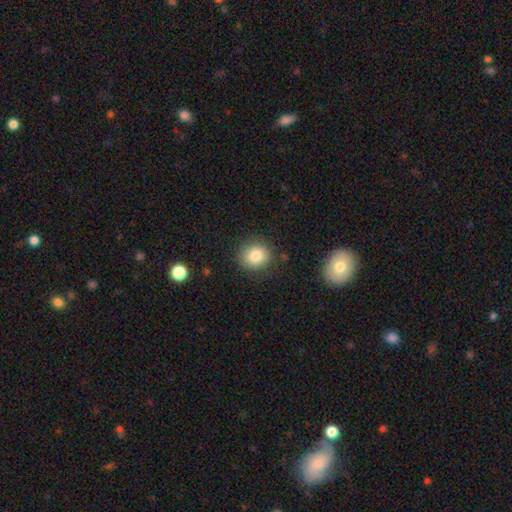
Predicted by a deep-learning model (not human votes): Q: Smooth or featured?
A: smooth (82%); runner-up: star or artifact (10%)
Q: How rounded?
A: round (81%); runner-up: in between (18%)
Q: Merging?
A: none (86%); runner-up: minor disturbance (10%)